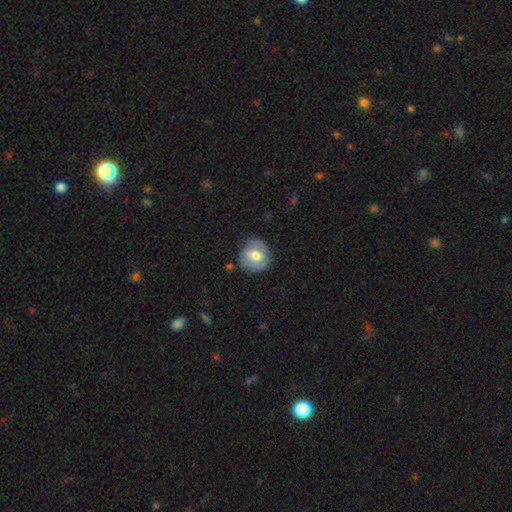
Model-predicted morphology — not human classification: smooth 51%, featured or disk 42%, star or artifact 7%. Down the decision tree: how rounded — round (82%); merging — none (73%).